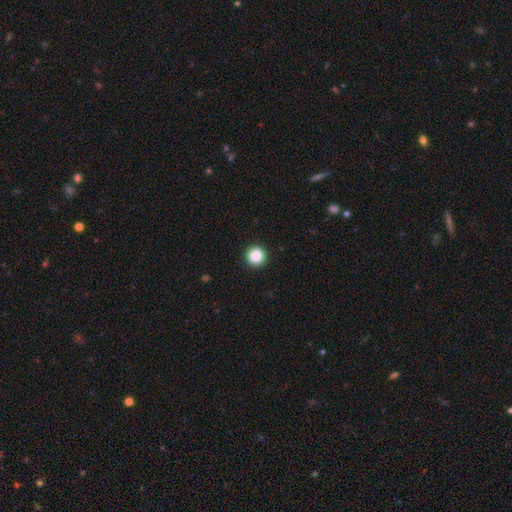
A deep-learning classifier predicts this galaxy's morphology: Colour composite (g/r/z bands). It shows a smooth galaxy with no disk features (87%) that is round (96%). Merging: none (93%).